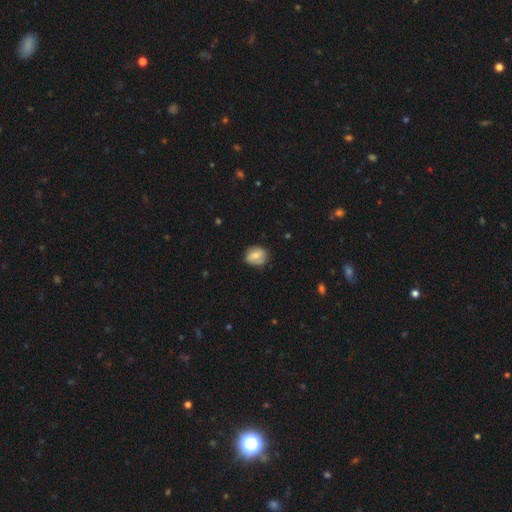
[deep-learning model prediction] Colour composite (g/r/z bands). It shows a smooth galaxy with no disk features (63%) that is round (64%). Merging: none (75%).